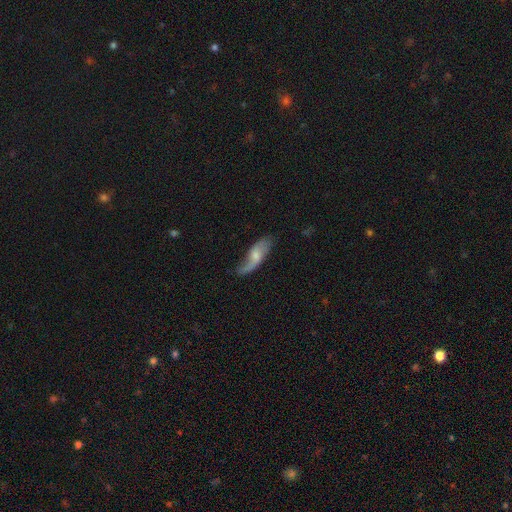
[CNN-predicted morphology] featured or disk 59%, smooth 35%, star or artifact 6%. Down the decision tree: edge-on disk — no (86%); bar — no (54%); spiral arms — yes (88%); bulge size — small (43%); merging — none (56%).